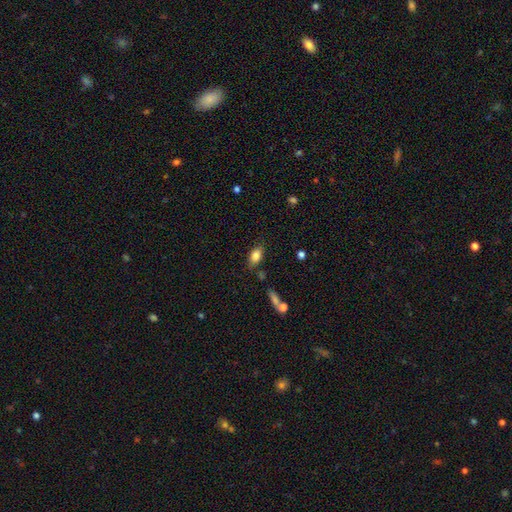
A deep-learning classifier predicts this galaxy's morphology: Overall: smooth (82%). How rounded: in between (88%). Merging: none (76%).